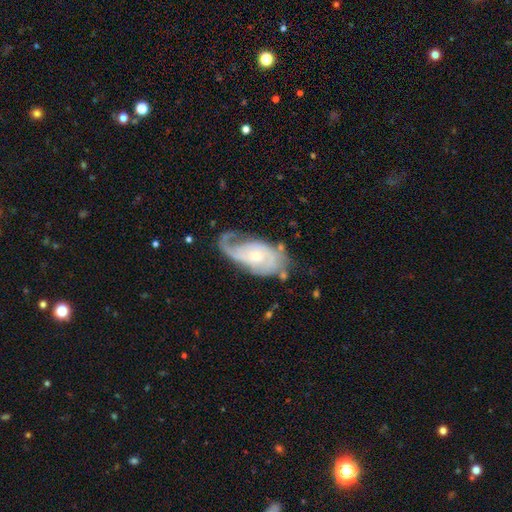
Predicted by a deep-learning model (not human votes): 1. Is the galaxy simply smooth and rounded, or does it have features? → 82% featured or disk, 12% smooth, 5% star or artifact.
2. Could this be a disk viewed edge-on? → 95% no, 5% yes.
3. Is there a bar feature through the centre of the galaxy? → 69% no, 26% weak, 5% strong.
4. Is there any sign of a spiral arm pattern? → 93% yes, 7% no.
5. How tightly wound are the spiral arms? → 40% tight, 39% medium, 21% loose.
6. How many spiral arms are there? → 47% 2, 22% 1, 20% can't tell, 7% 3, 2% 4, 2% more than 4.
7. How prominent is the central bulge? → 60% small, 36% moderate, 2% large, 1% none, 1% dominant.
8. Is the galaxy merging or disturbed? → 51% none, 26% minor disturbance, 20% major disturbance, 3% merger.